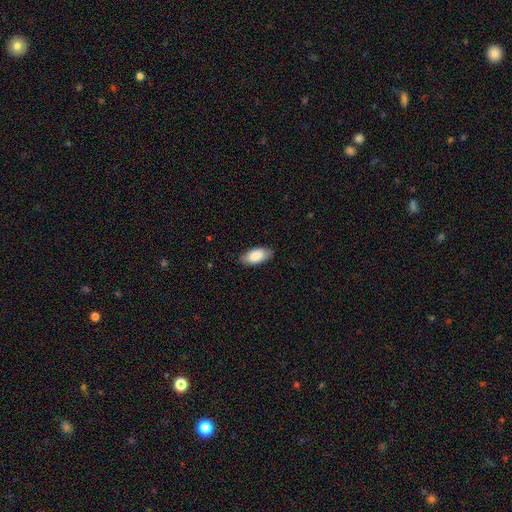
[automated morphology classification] Overall: smooth (85%). How rounded: in between (93%). Merging: none (82%).